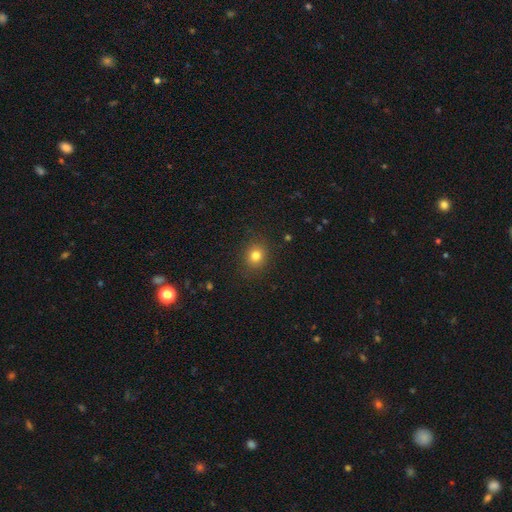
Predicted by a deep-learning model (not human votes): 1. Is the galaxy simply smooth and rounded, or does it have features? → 80% smooth, 13% star or artifact, 7% featured or disk.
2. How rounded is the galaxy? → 75% round, 25% in between, 1% cigar-shaped.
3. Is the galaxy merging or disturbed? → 89% none, 8% minor disturbance, 3% major disturbance, 1% merger.